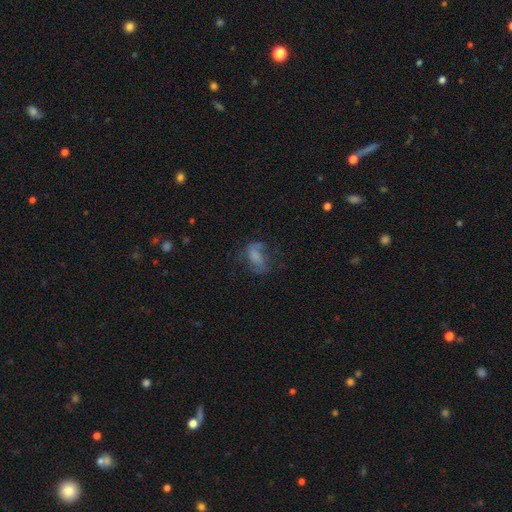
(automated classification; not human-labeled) The model was most divided on "smooth or featured": smooth: 48%, featured or disk: 40%, star or artifact: 13%. Remaining: merging — none (45%).